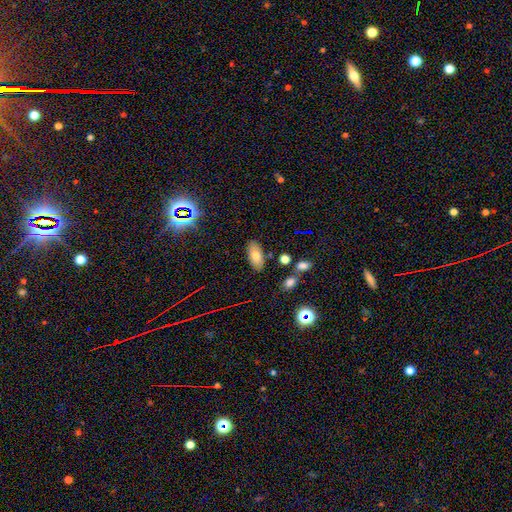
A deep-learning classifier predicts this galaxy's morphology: smooth_or_featured: smooth (p=0.75) [alt: featured or disk p=0.15]
how_rounded: in between (p=0.90) [alt: cigar-shaped p=0.07]
merging: none (p=0.82) [alt: minor disturbance p=0.12]